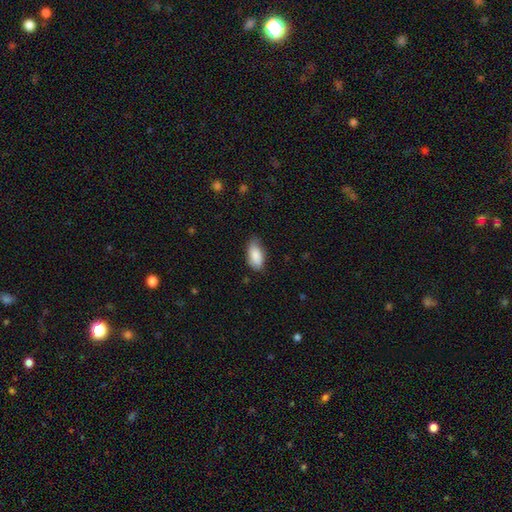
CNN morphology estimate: A smooth galaxy with no disk features (87%) that is in between round and cigar-shaped (93%). Merging: none (73%).